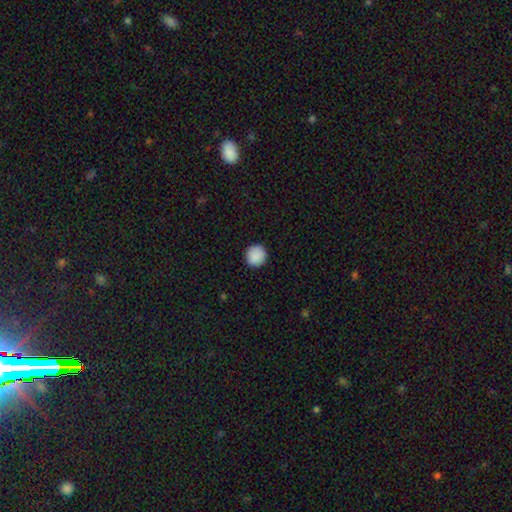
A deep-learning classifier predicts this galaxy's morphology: Smooth or featured: smooth — 90% (star or artifact — 7%)
How rounded: round — 94% (in between — 5%)
Merging: none — 91% (minor disturbance — 6%)